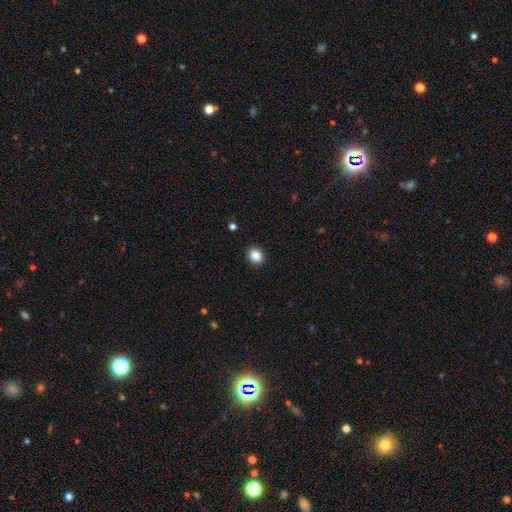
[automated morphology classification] Smooth or featured?
  - smooth: 86% *
  - star or artifact: 10%
  - featured or disk: 4%
How rounded?
  - round: 64% *
  - in between: 36%
  - cigar-shaped: 1%
Merging?
  - none: 91% *
  - minor disturbance: 7%
  - major disturbance: 2%
  - merger: 1%